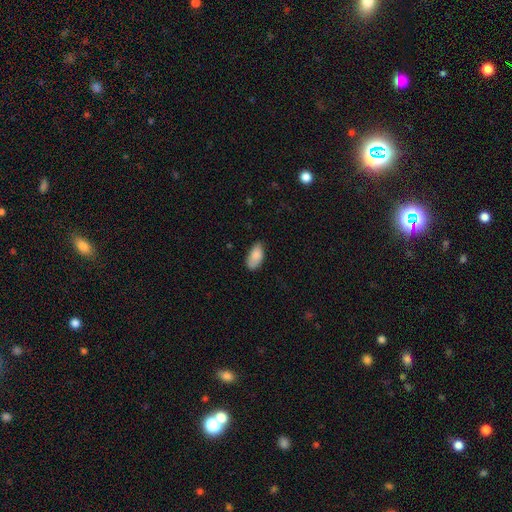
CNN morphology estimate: A smooth galaxy with no disk features (85%) that is in between round and cigar-shaped (94%). Merging: none (71%).